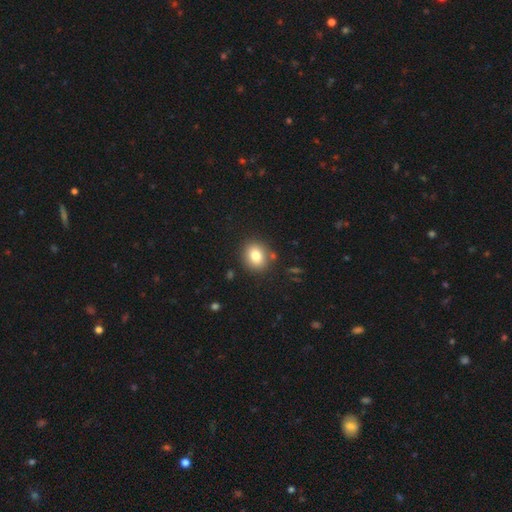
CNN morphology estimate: smooth-or-featured: smooth: 80% | star or artifact: 10% | featured or disk: 10%
  how-rounded: round: 64% | in between: 35% | cigar-shaped: 1%
  merging: none: 84% | minor disturbance: 9% | merger: 4% | major disturbance: 3%